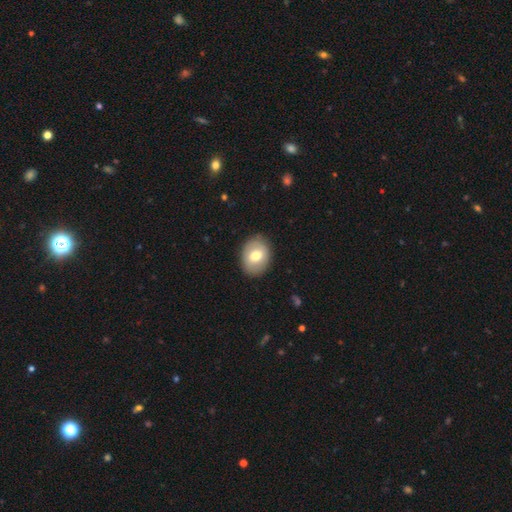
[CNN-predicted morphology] Smooth or featured? smooth (66%)
How rounded? in between (65%)
Merging? none (86%)